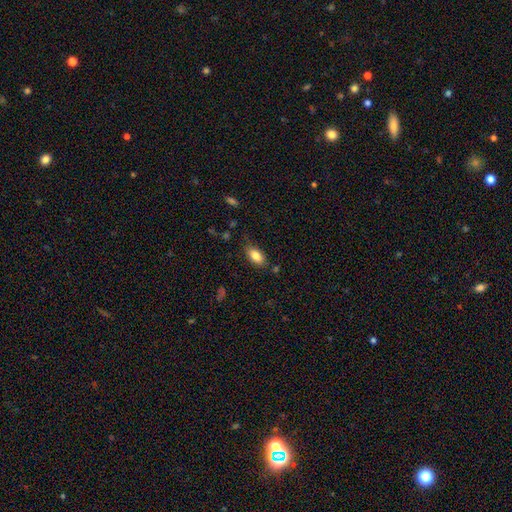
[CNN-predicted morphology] Smooth or featured? smooth (84%)
How rounded? in between (91%)
Merging? none (77%)